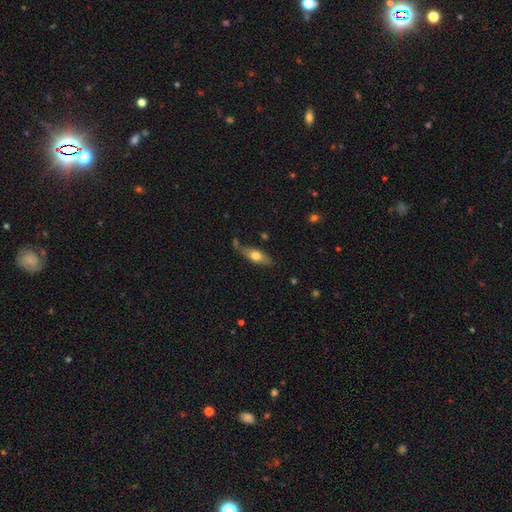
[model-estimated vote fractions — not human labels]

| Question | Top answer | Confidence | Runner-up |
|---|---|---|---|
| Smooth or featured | smooth | 59% | featured or disk (35%) |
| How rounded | in between | 57% | cigar-shaped (40%) |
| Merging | none | 65% | minor disturbance (22%) |